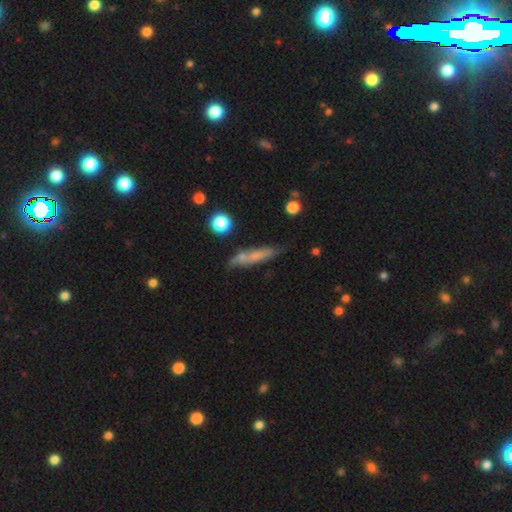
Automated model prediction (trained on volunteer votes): This appears to be a smooth galaxy with no disk features (54%) that is cigar-shaped (83%). Merging: none (69%).